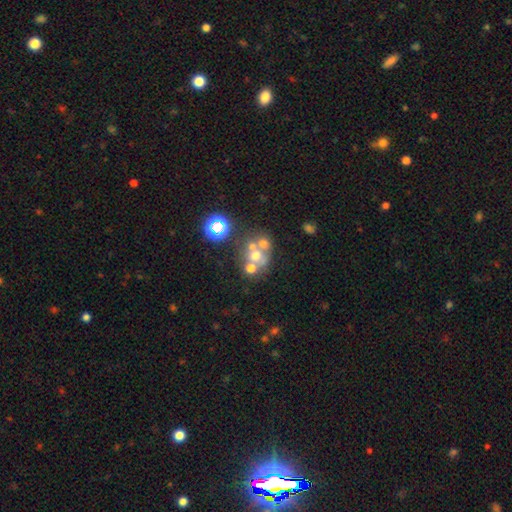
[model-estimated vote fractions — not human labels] The model was most divided on "merging": merger: 45%, none: 39%, minor disturbance: 9%, major disturbance: 6%. Remaining: smooth or featured — smooth (46%).